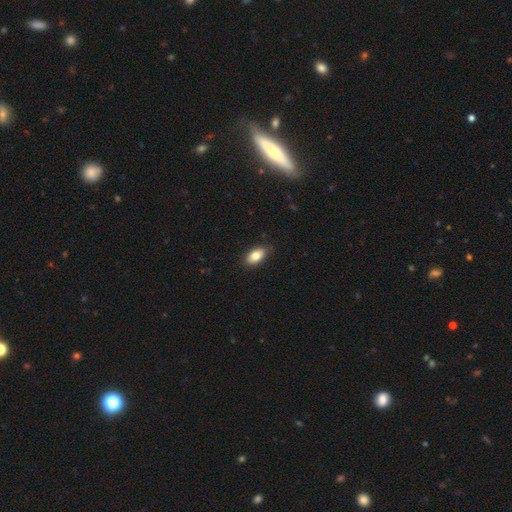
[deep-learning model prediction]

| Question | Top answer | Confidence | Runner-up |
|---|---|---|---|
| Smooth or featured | smooth | 82% | featured or disk (11%) |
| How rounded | in between | 90% | round (6%) |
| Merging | none | 86% | minor disturbance (11%) |